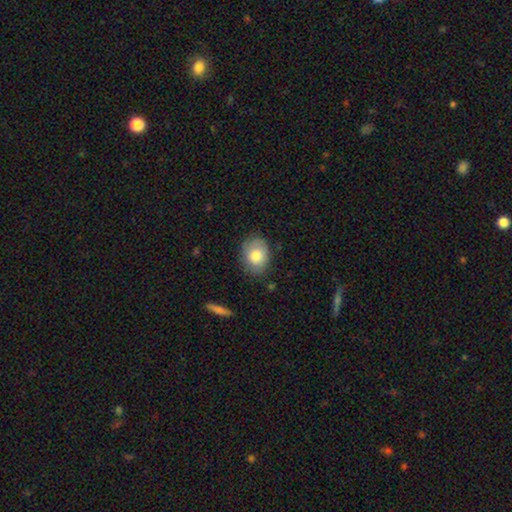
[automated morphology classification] Smooth or featured? Predicted: smooth (p=0.78). How rounded? Predicted: in between (p=0.58). Merging? Predicted: none (p=0.75).